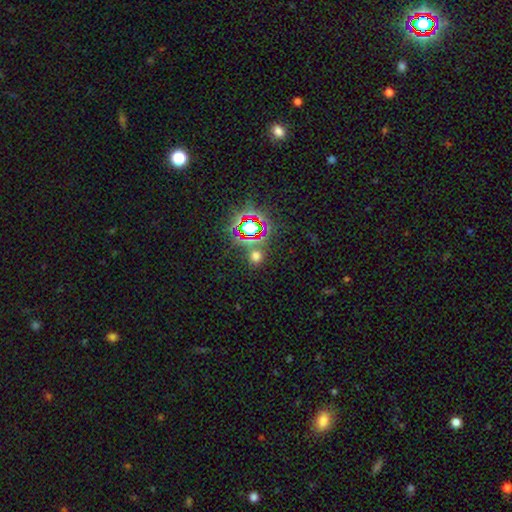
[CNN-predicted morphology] smooth-or-featured: smooth: 52% | star or artifact: 41% | featured or disk: 7%
  how-rounded: round: 83% | in between: 15% | cigar-shaped: 2%
  merging: none: 76% | merger: 10% | minor disturbance: 9% | major disturbance: 5%